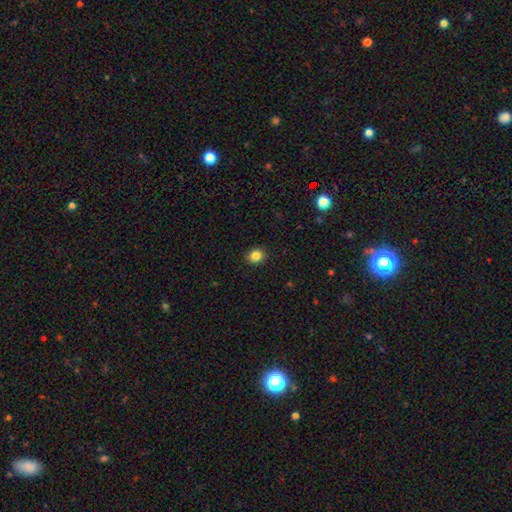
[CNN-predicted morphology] Smooth or featured: smooth — 85% (star or artifact — 11%)
How rounded: round — 69% (in between — 30%)
Merging: none — 91% (minor disturbance — 6%)